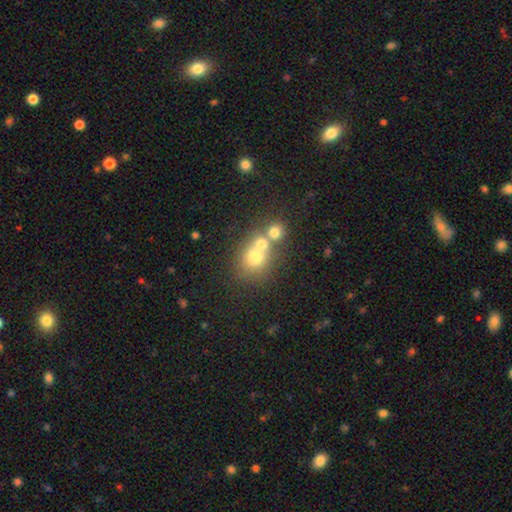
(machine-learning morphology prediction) smooth 66%, featured or disk 19%, star or artifact 15%. Down the decision tree: how rounded — round (75%); merging — merger (55%).